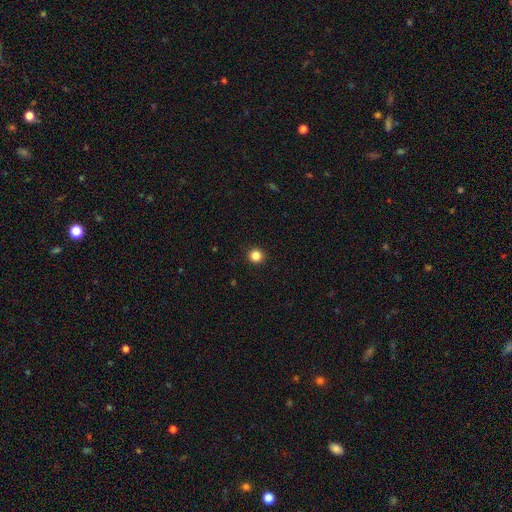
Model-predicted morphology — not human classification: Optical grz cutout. It shows a smooth galaxy with no disk features (84%) that is round (96%). Merging: none (94%).